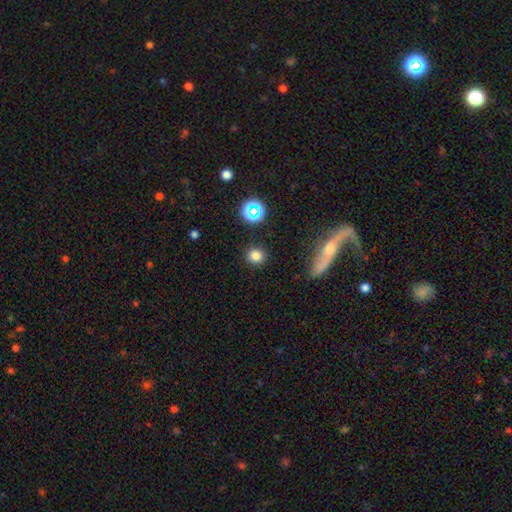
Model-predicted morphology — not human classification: Smooth or featured?
  - smooth: 81% *
  - star or artifact: 14%
  - featured or disk: 5%
How rounded?
  - round: 89% *
  - in between: 10%
  - cigar-shaped: 1%
Merging?
  - none: 89% *
  - minor disturbance: 6%
  - major disturbance: 3%
  - merger: 2%